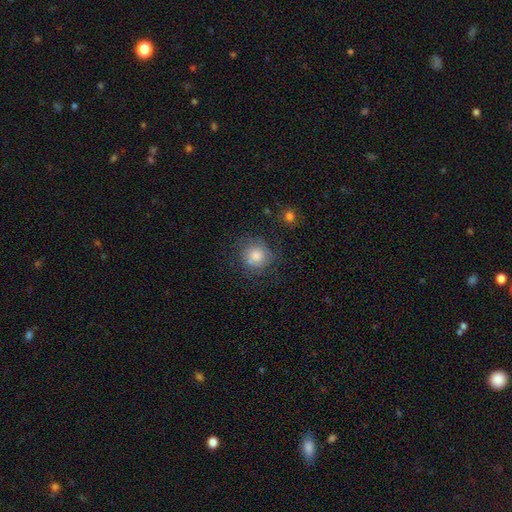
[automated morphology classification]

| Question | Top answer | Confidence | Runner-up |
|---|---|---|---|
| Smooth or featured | smooth | 67% | featured or disk (21%) |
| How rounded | round | 89% | in between (10%) |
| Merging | none | 71% | minor disturbance (17%) |